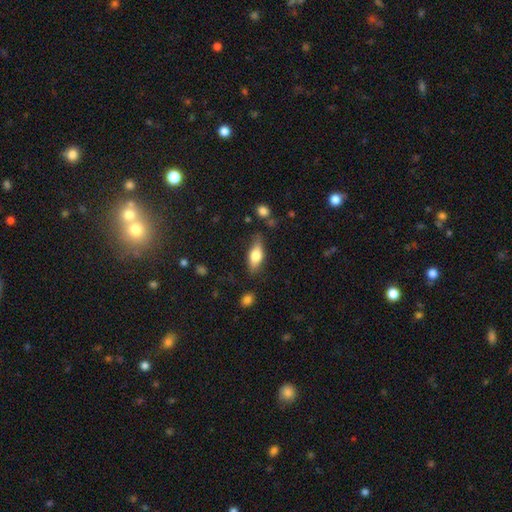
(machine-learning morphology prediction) Q: Smooth or featured?
A: smooth (63%); runner-up: featured or disk (30%)
Q: How rounded?
A: in between (70%); runner-up: cigar-shaped (26%)
Q: Merging?
A: none (75%); runner-up: minor disturbance (17%)